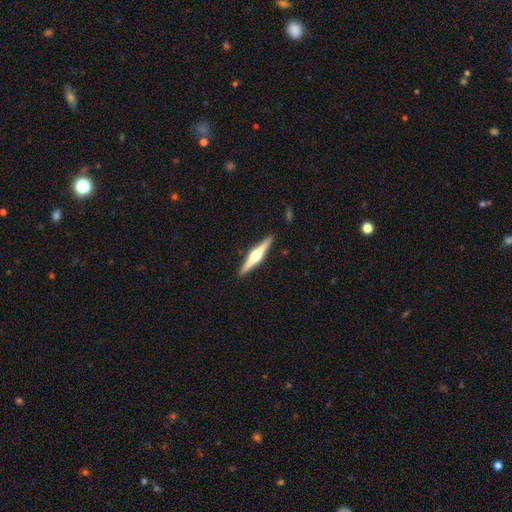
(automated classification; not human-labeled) Morphology: type=featured or disk (75%); edge-on=yes (98%); edge-on bulge=rounded (94%); merging=none (91%).